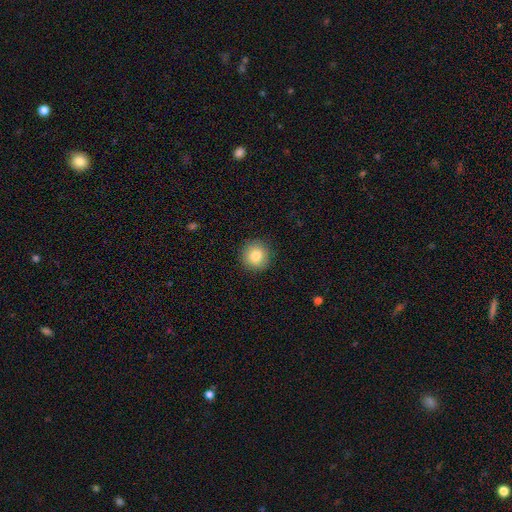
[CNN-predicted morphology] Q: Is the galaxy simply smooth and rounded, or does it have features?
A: smooth — 84%.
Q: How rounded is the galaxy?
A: round — 93%.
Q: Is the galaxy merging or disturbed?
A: none — 91%.